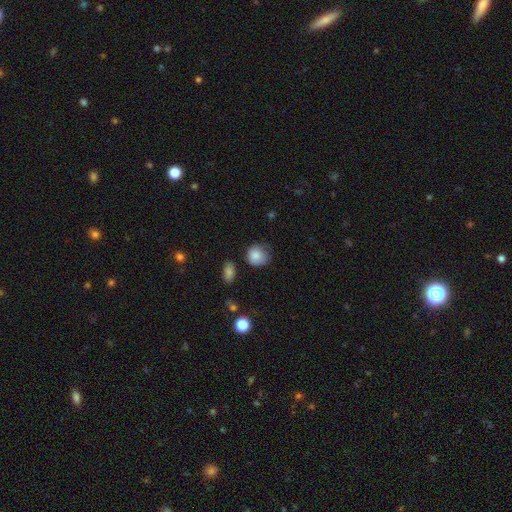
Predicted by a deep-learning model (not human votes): smooth_or_featured: smooth (p=0.84) [alt: star or artifact p=0.08]
how_rounded: round (p=0.78) [alt: in between p=0.21]
merging: none (p=0.56) [alt: minor disturbance p=0.32]